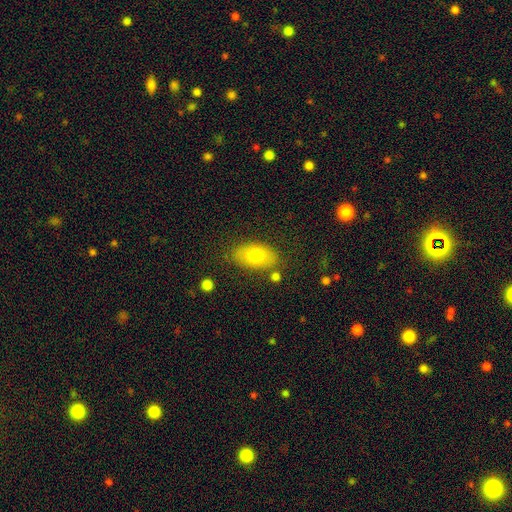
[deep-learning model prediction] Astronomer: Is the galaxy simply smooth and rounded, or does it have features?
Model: smooth — 75%.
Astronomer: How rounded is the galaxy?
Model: in between — 90%.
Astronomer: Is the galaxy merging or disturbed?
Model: none — 76%.